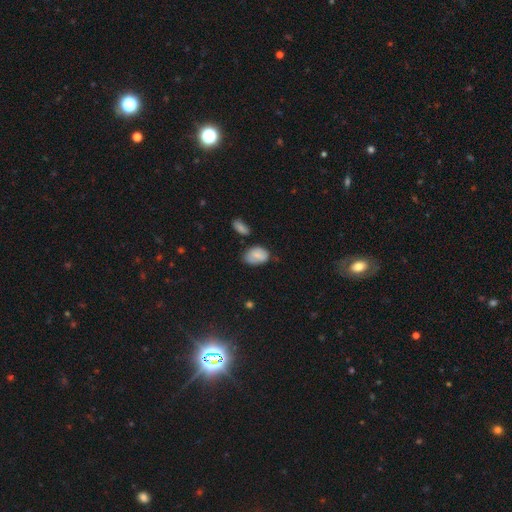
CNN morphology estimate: Q: Smooth or featured?
A: smooth (78%); runner-up: featured or disk (13%)
Q: How rounded?
A: in between (87%); runner-up: round (12%)
Q: Merging?
A: none (55%); runner-up: minor disturbance (32%)